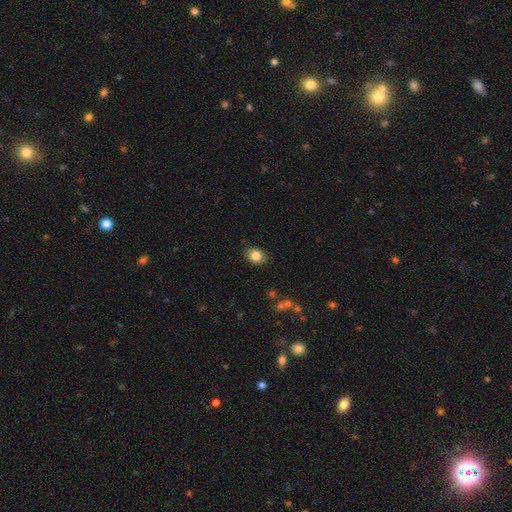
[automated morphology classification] This appears to be a smooth galaxy with no disk features (84%) that is in between round and cigar-shaped (71%). Merging: none (84%).